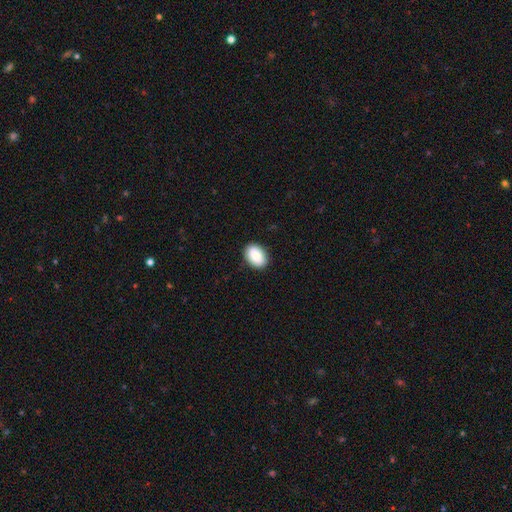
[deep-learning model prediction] Morphology: type=smooth (87%); roundness=in between (84%); merging=none (89%).